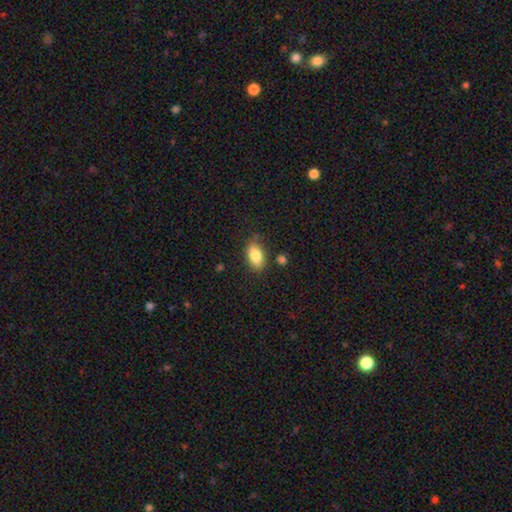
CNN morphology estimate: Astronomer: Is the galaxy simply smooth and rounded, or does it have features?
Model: smooth — 83%.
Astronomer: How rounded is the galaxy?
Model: in between — 89%.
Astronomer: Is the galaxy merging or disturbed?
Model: none — 79%.